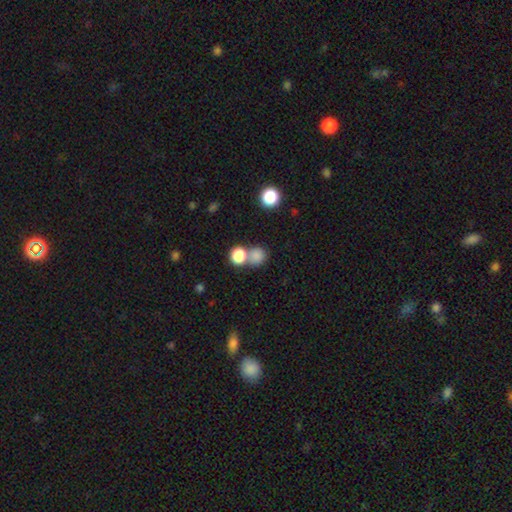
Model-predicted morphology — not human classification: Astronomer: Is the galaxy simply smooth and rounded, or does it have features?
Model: smooth — 81%.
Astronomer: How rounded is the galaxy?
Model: round — 82%.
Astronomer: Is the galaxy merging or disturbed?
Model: none — 50% (runner-up: merger, 38%).